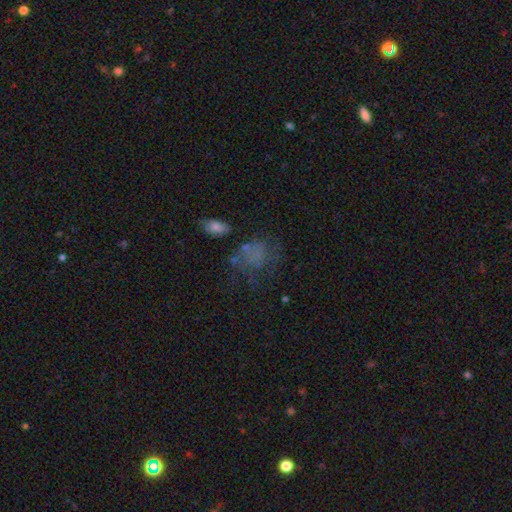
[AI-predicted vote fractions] Smooth or featured?
  - smooth: 49% *
  - featured or disk: 30%
  - star or artifact: 21%
Merging?
  - none: 40% *
  - major disturbance: 31%
  - minor disturbance: 22%
  - merger: 8%